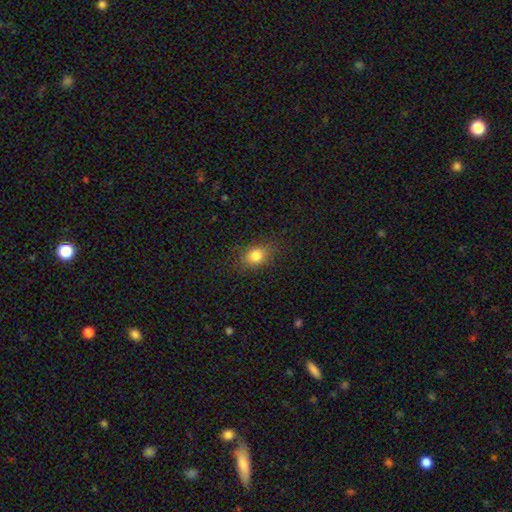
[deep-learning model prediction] smooth_or_featured: smooth (p=0.82) [alt: star or artifact p=0.11]
how_rounded: in between (p=0.51) [alt: round p=0.47]
merging: none (p=0.84) [alt: minor disturbance p=0.12]